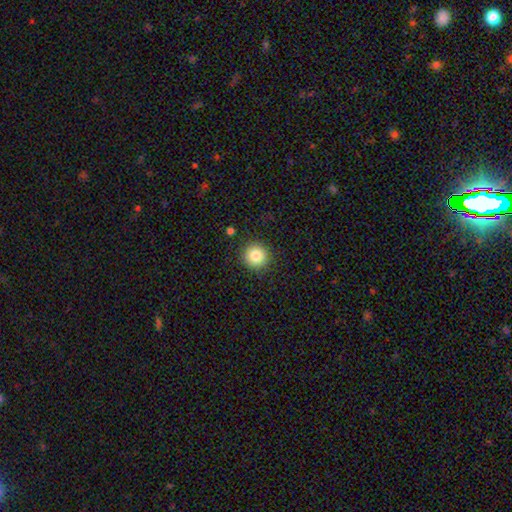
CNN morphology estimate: smooth_or_featured: smooth (p=0.84) [alt: star or artifact p=0.10]
how_rounded: round (p=0.95) [alt: in between p=0.04]
merging: none (p=0.91) [alt: minor disturbance p=0.06]